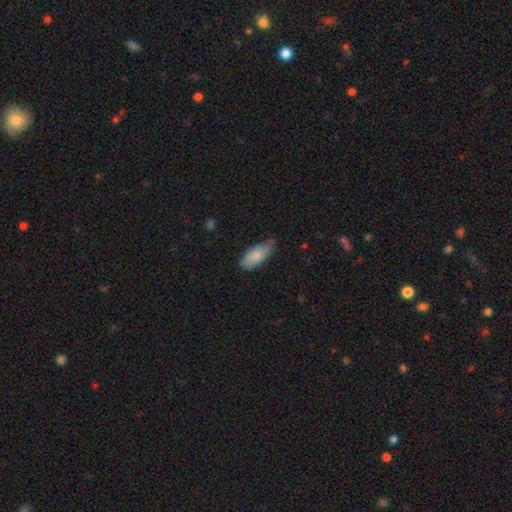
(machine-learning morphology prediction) This is clearly a smooth galaxy (82%). How rounded: clearly in between (87%). Merging: possibly none (58%).